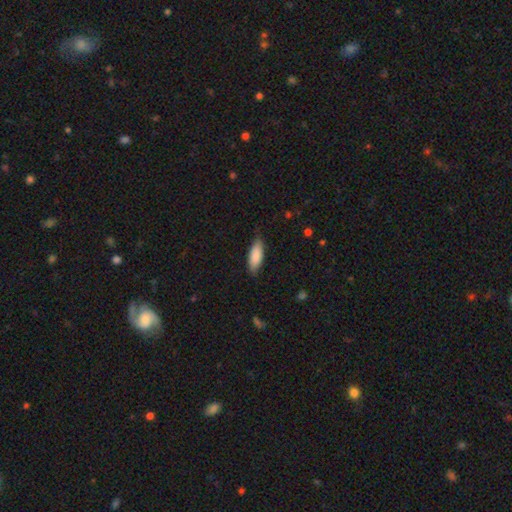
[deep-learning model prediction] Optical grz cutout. It shows a smooth galaxy with no disk features (86%) that is in between round and cigar-shaped (68%). Merging: none (80%).